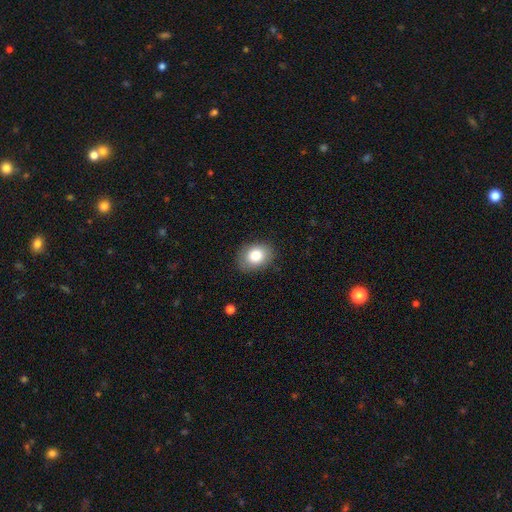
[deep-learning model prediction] The model was most divided on "how rounded": in between: 60%, round: 39%, cigar-shaped: 1%. More confident: merging — none (85%); smooth or featured — smooth (81%).